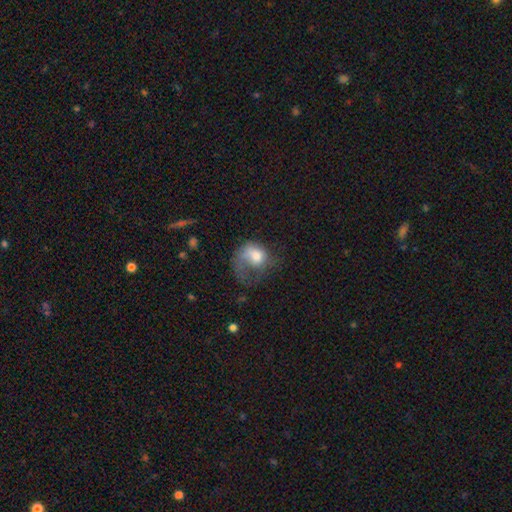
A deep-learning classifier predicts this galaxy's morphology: Overall: smooth (55%; featured or disk 36%). How rounded: round (55%; in between 44%). Merging: major disturbance (60%).